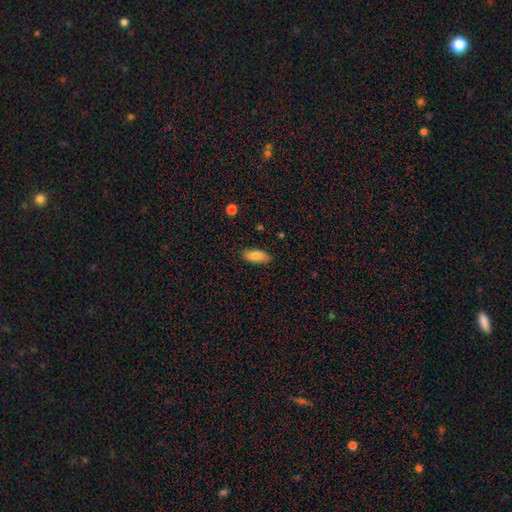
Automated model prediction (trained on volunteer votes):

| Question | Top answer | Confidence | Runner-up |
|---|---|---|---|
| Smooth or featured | smooth | 86% | featured or disk (8%) |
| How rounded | in between | 77% | cigar-shaped (22%) |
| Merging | none | 85% | minor disturbance (11%) |